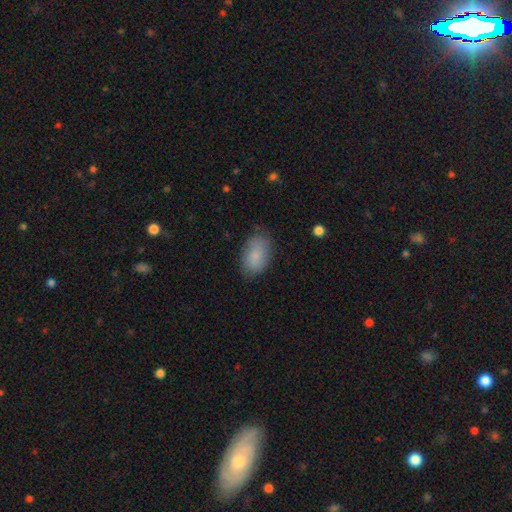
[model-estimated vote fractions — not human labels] A smooth galaxy with no disk features (85%) that is in between round and cigar-shaped (91%).

Vote fractions:
- Smooth or featured? smooth: 85% / featured or disk: 8% / star or artifact: 7%
- How rounded? in between: 91% / round: 7% / cigar-shaped: 2%
- Merging? none: 76% / minor disturbance: 18% / major disturbance: 5% / merger: 1%